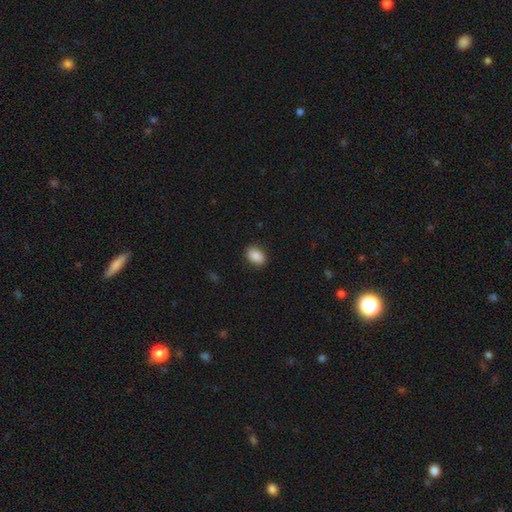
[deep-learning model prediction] Smooth or featured? Predicted: smooth (p=0.88). How rounded? Predicted: in between (p=0.86). Merging? Predicted: none (p=0.88).